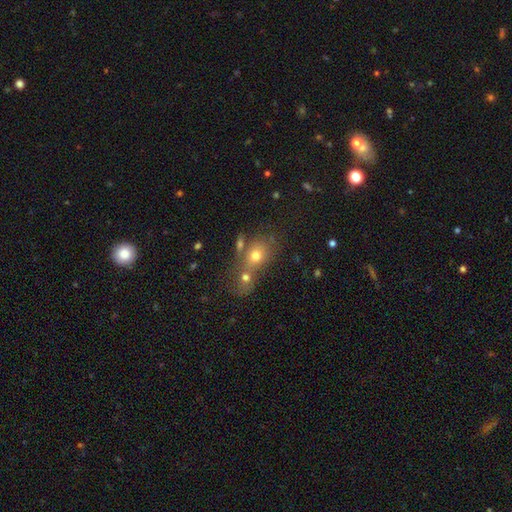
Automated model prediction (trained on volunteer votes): Smooth or featured: smooth — 68% (featured or disk — 18%)
How rounded: round — 49% (tied with in between — 49%)
Merging: merger — 55% (none — 31%)